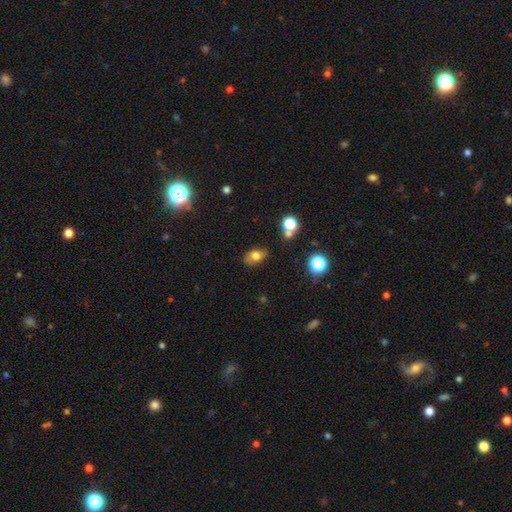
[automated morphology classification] Overall: smooth (74%). How rounded: in between (79%). Merging: none (73%).